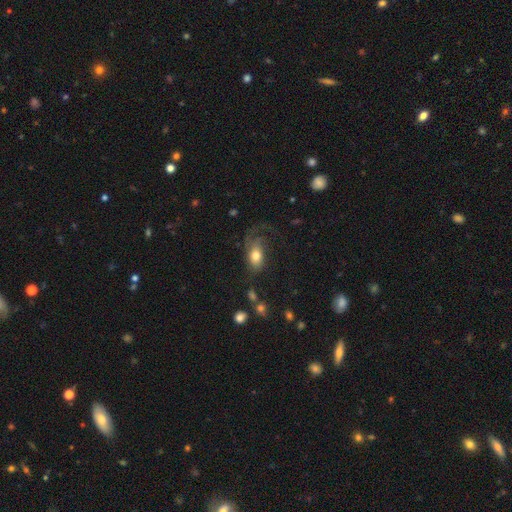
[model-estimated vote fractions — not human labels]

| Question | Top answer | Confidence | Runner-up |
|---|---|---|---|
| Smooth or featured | smooth | 60% | featured or disk (32%) |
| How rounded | in between | 85% | round (11%) |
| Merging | major disturbance | 41% | none (35%) |